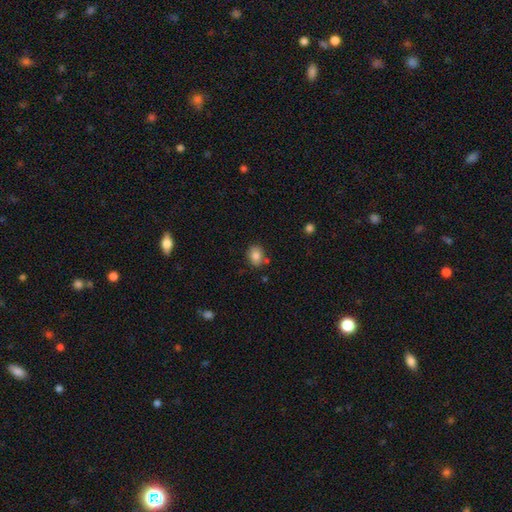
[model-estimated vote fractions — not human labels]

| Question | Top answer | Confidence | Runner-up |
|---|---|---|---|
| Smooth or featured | smooth | 83% | star or artifact (10%) |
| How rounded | in between | 50% | round (49%) |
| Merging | none | 74% | minor disturbance (15%) |